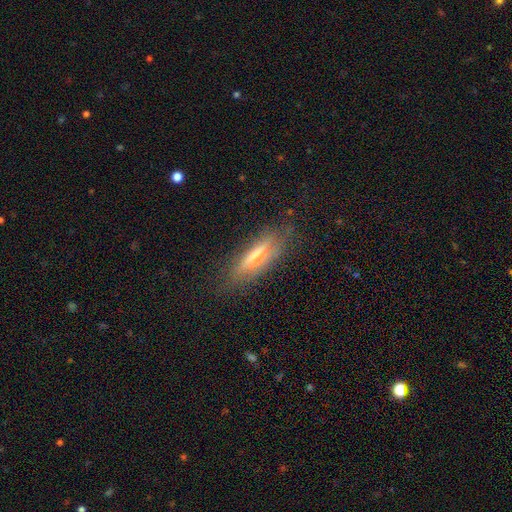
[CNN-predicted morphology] smooth-or-featured: smooth: 47% | featured or disk: 44% | star or artifact: 9%
  merging: none: 76% | minor disturbance: 17% | major disturbance: 5% | merger: 1%